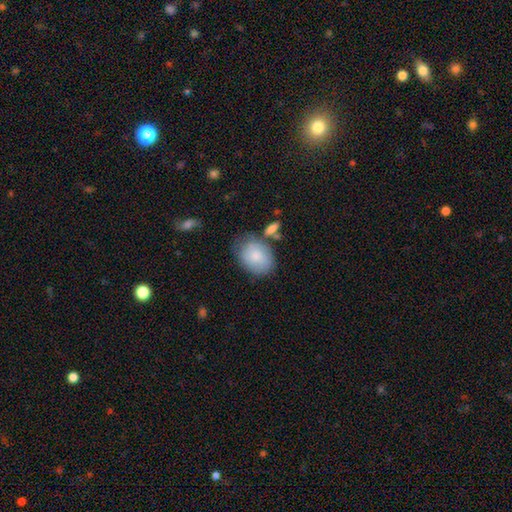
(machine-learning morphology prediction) smooth_or_featured: smooth (p=0.79) [alt: featured or disk p=0.15]
how_rounded: in between (p=0.68) [alt: round p=0.31]
merging: none (p=0.60) [alt: minor disturbance p=0.23]